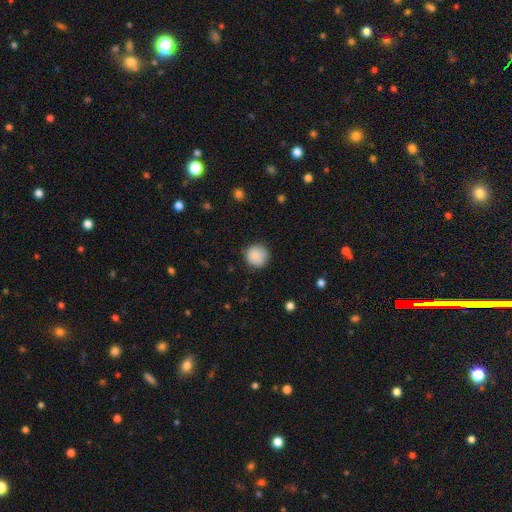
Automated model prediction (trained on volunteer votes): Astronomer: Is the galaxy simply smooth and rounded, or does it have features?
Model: smooth — 86%.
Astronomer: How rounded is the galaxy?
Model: round — 93%.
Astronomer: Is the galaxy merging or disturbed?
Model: none — 82%.